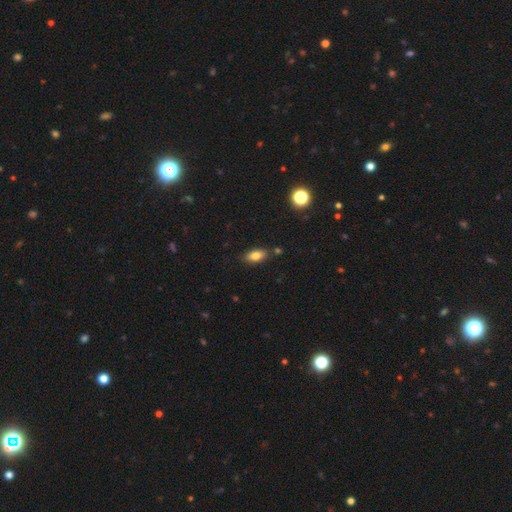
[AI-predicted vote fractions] Overall: smooth (81%). How rounded: in between (89%). Merging: none (82%).